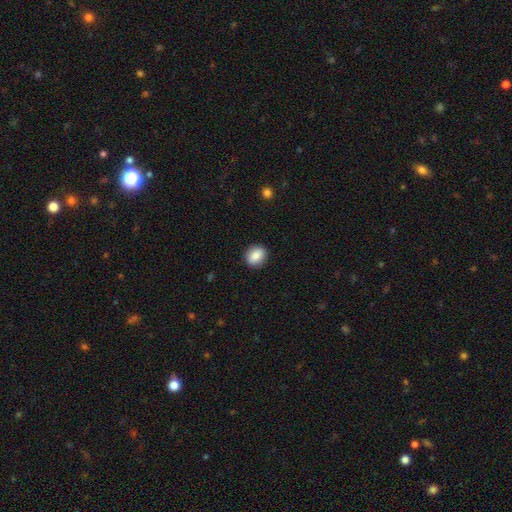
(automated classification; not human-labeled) Smooth or featured? smooth (86%)
How rounded? round (50%)
Merging? none (89%)